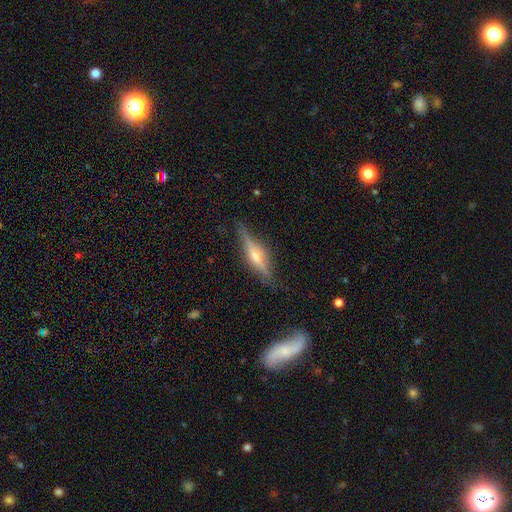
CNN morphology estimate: Q: Smooth or featured?
A: featured or disk (77%); runner-up: smooth (17%)
Q: Edge-on disk?
A: yes (96%); runner-up: no (4%)
Q: Edge-on bulge?
A: rounded (87%); runner-up: boxy (8%)
Q: Merging?
A: none (82%); runner-up: minor disturbance (13%)